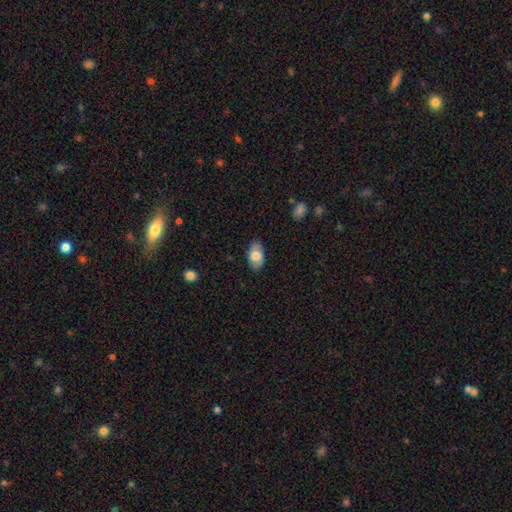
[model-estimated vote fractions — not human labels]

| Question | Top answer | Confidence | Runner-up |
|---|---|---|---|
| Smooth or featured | smooth | 75% | featured or disk (19%) |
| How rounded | in between | 92% | round (6%) |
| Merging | none | 83% | minor disturbance (14%) |